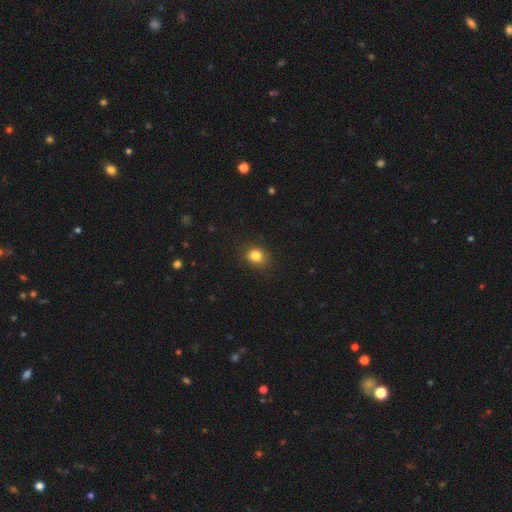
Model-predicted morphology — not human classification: This is clearly a smooth galaxy (83%). How rounded: likely round (62%). Merging: clearly none (83%).